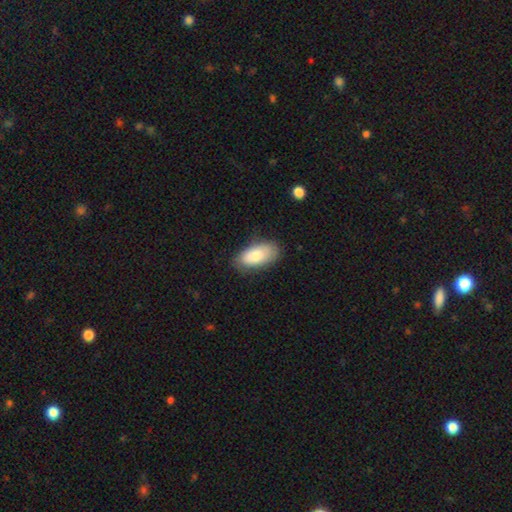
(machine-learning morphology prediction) Smooth or featured? smooth (80%)
How rounded? in between (93%)
Merging? none (78%)